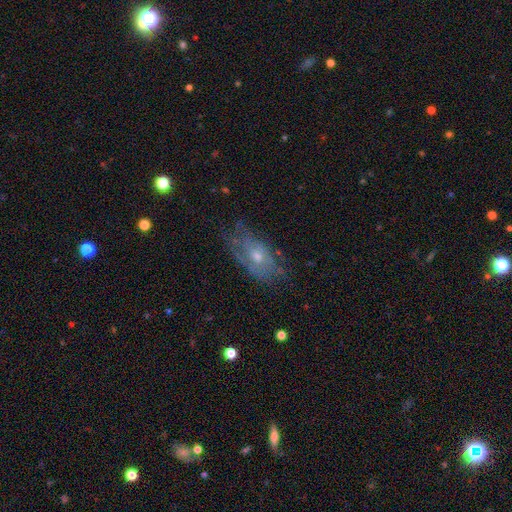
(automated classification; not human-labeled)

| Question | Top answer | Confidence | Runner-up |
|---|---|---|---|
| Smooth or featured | featured or disk | 60% | smooth (29%) |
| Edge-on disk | no | 89% | yes (11%) |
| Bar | no | 80% | weak (17%) |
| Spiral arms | yes | 65% | no (35%) |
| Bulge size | moderate | 51% | small (43%) |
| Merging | none | 61% | minor disturbance (25%) |